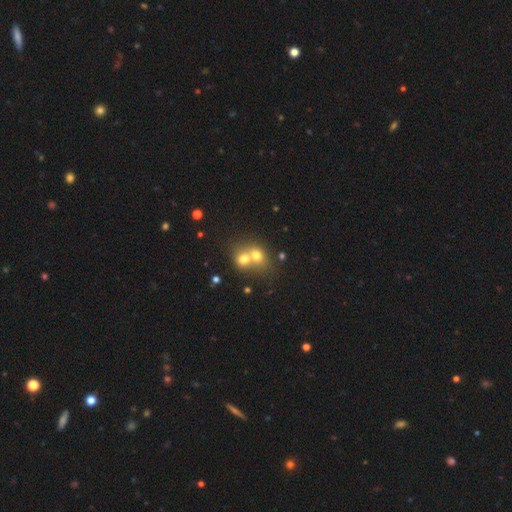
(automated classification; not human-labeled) Morphology: type=smooth (68%); roundness=round (68%); merging=merger (69%).